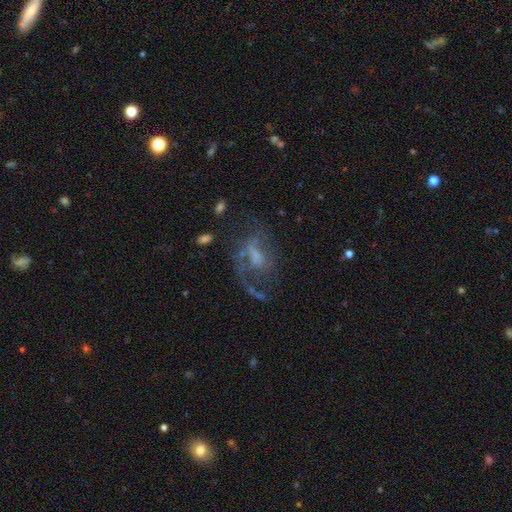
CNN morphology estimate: featured or disk 66%, smooth 20%, star or artifact 14%. Down the decision tree: edge-on disk — no (96%); bar — no (44%); spiral arms — yes (69%); bulge size — none (37%); merging — none (39%).